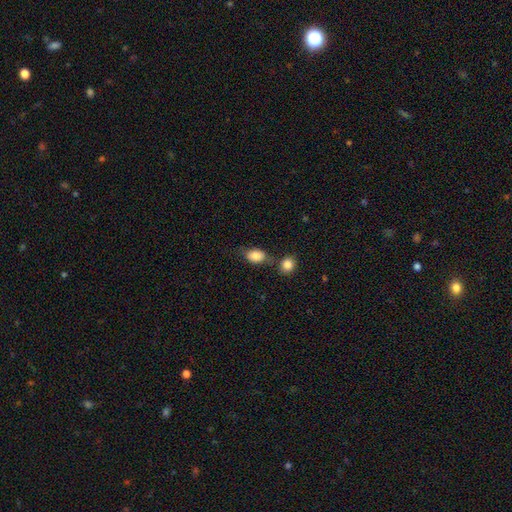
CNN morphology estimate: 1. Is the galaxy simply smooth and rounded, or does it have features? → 84% smooth, 8% star or artifact, 8% featured or disk.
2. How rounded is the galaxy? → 78% in between, 20% round, 2% cigar-shaped.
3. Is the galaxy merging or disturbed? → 55% none, 21% merger, 18% minor disturbance, 6% major disturbance.